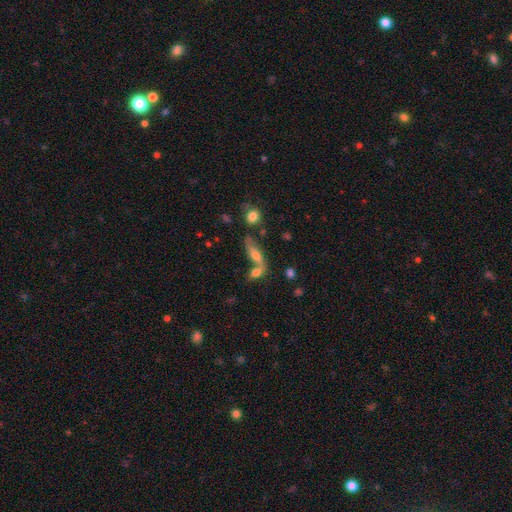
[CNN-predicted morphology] Smooth or featured?
  - smooth: 49% *
  - featured or disk: 38%
  - star or artifact: 14%
Merging?
  - merger: 42% *
  - none: 39%
  - minor disturbance: 12%
  - major disturbance: 7%